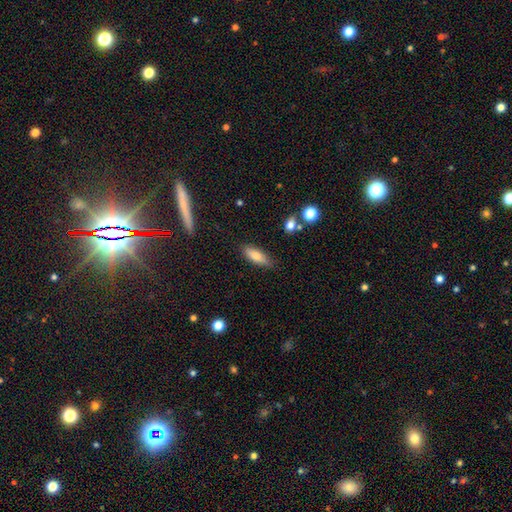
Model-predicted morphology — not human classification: smooth-or-featured: smooth: 78% | featured or disk: 15% | star or artifact: 7%
  how-rounded: in between: 60% | cigar-shaped: 38% | round: 2%
  merging: none: 81% | minor disturbance: 14% | major disturbance: 3% | merger: 2%